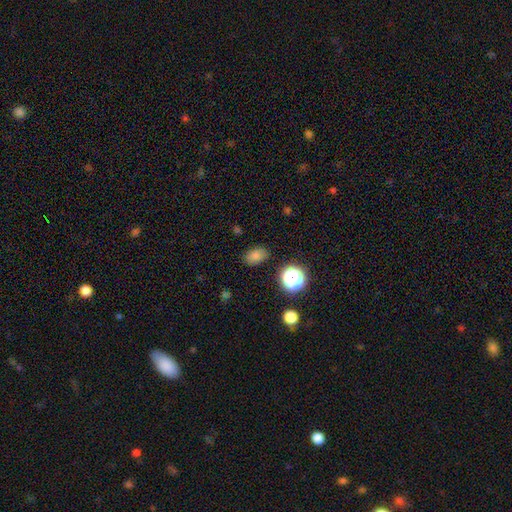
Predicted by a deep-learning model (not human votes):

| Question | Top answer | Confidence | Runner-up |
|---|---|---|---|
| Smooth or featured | smooth | 71% | star or artifact (22%) |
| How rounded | in between | 72% | round (27%) |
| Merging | none | 84% | minor disturbance (11%) |